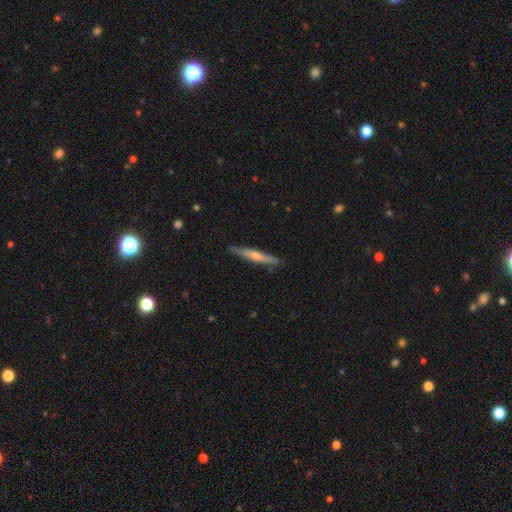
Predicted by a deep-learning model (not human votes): This is possibly a featured or disk galaxy (57%). It is clearly viewed edge-on (96%). Edge-on bulge: likely rounded (74%). Merging: clearly none (88%).